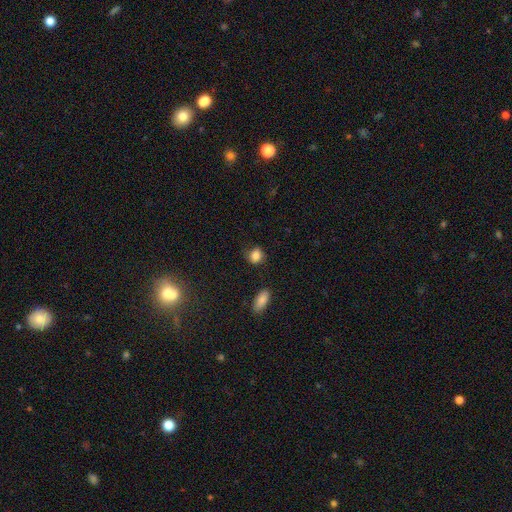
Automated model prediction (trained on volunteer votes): This is clearly a smooth galaxy (83%). How rounded: possibly round (59%). Merging: likely none (70%).